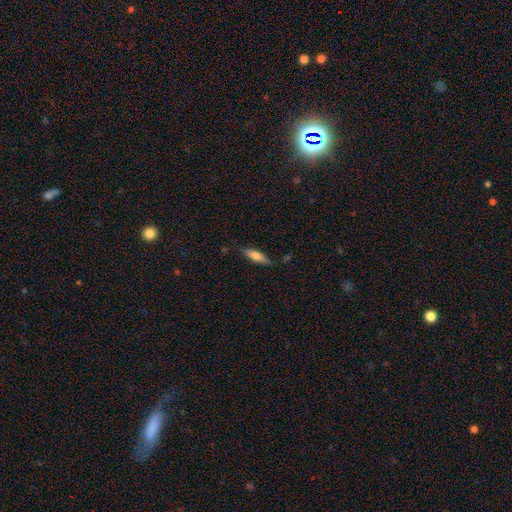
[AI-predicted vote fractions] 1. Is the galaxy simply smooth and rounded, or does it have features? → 60% smooth, 33% featured or disk, 7% star or artifact.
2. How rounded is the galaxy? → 63% cigar-shaped, 35% in between, 2% round.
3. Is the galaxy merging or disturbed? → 79% none, 16% minor disturbance, 3% major disturbance, 2% merger.